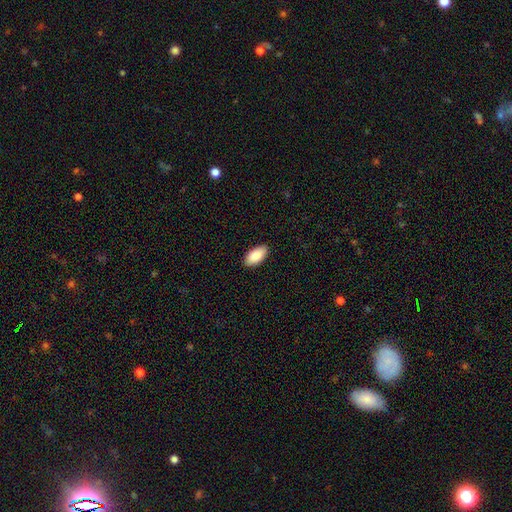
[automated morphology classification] smooth-or-featured: smooth: 89% | star or artifact: 6% | featured or disk: 6%
  how-rounded: in between: 94% | cigar-shaped: 5% | round: 2%
  merging: none: 89% | minor disturbance: 8% | major disturbance: 2% | merger: 1%